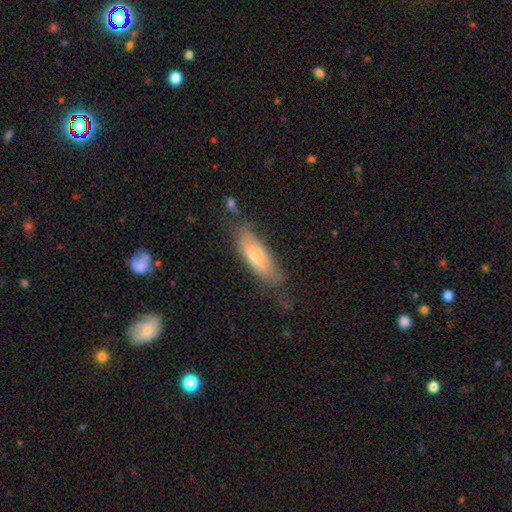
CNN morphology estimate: This is likely a smooth galaxy (62%). How rounded: possibly cigar-shaped (51%). Merging: possibly none (58%).